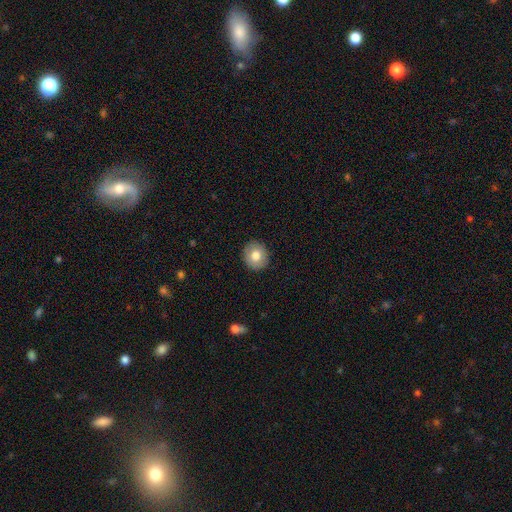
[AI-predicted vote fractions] Overall: smooth (78%). How rounded: round (85%). Merging: none (91%).